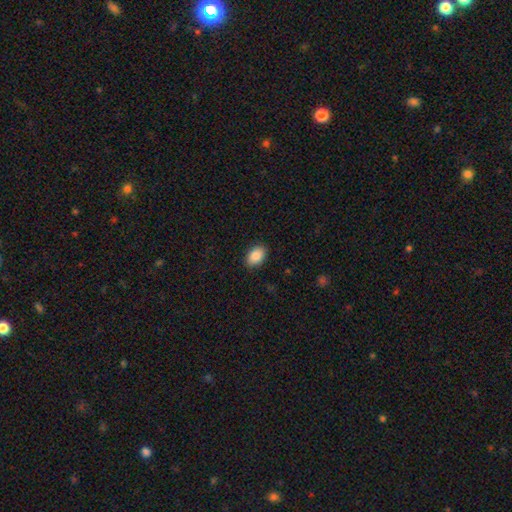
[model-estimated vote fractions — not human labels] This appears to be a smooth galaxy with no disk features (87%) that is in between round and cigar-shaped (87%). Merging: none (89%).